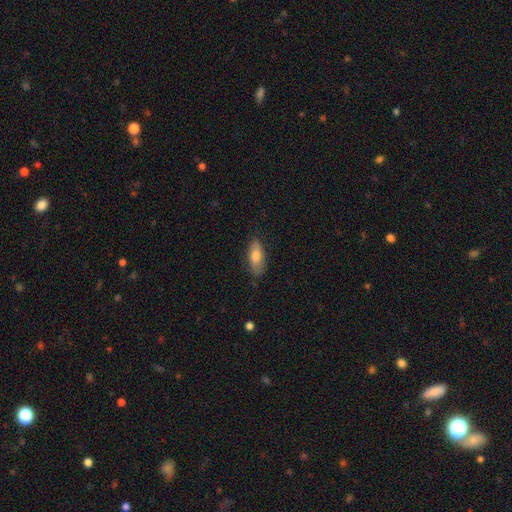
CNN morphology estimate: This appears to be a smooth galaxy with no disk features (78%) that is in between round and cigar-shaped (82%). Merging: none (79%).